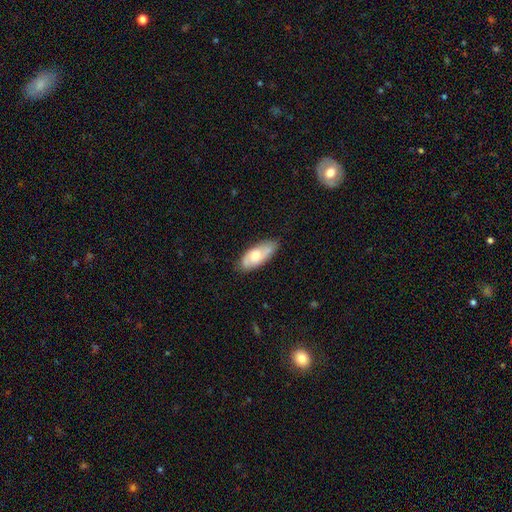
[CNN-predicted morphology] smooth_or_featured: smooth (p=0.57) [alt: featured or disk p=0.37]
how_rounded: in between (p=0.83) [alt: cigar-shaped p=0.14]
merging: none (p=0.75) [alt: minor disturbance p=0.20]